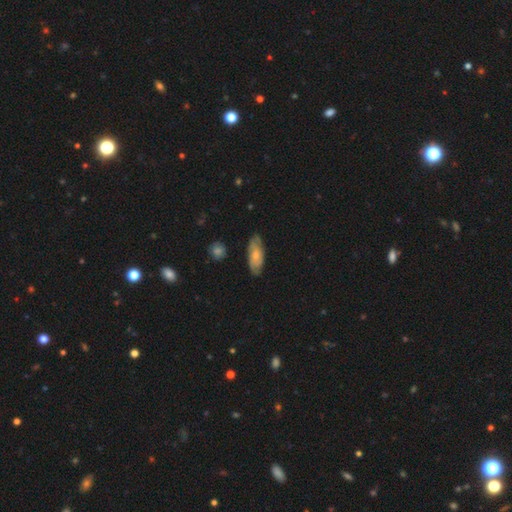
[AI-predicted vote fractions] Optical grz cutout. It shows a smooth galaxy with no disk features (47%, tied with featured or disk). Merging: none (75%).